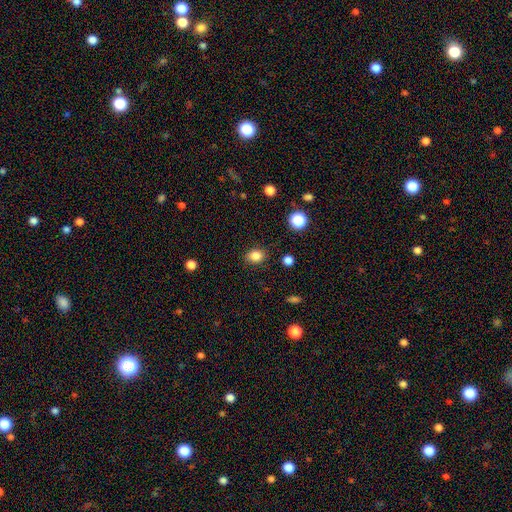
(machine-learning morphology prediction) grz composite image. It shows a smooth galaxy with no disk features (84%) that is in between round and cigar-shaped (51%). Merging: none (86%).